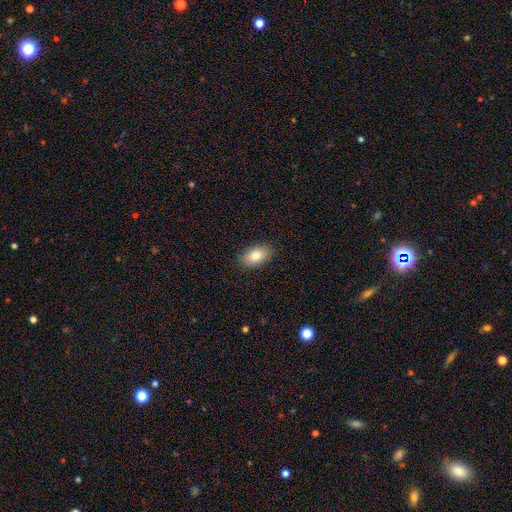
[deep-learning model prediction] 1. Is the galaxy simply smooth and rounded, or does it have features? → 83% smooth, 10% featured or disk, 7% star or artifact.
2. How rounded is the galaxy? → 92% in between, 7% round, 2% cigar-shaped.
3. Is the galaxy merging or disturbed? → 89% none, 8% minor disturbance, 2% major disturbance, 1% merger.